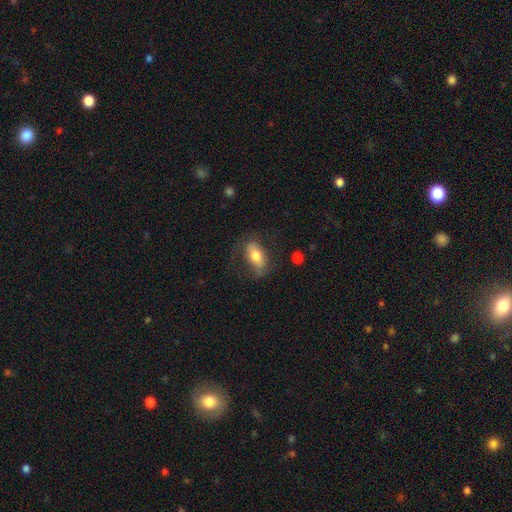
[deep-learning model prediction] This is likely a smooth galaxy (67%). How rounded: clearly in between (87%). Merging: likely none (63%).